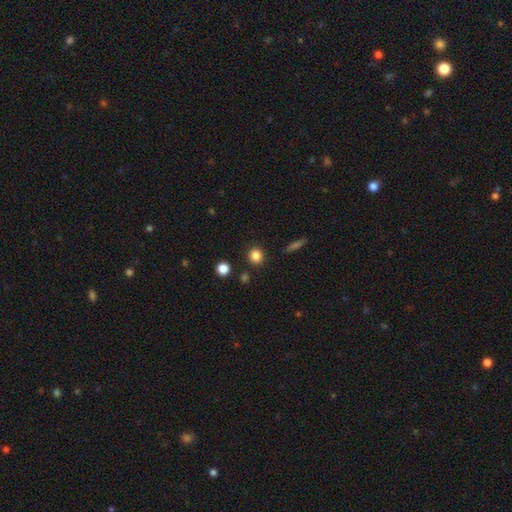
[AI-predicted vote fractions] The model was most divided on "smooth or featured": smooth: 84%, star or artifact: 11%, featured or disk: 5%. More confident: merging — none (88%); how rounded — round (88%).